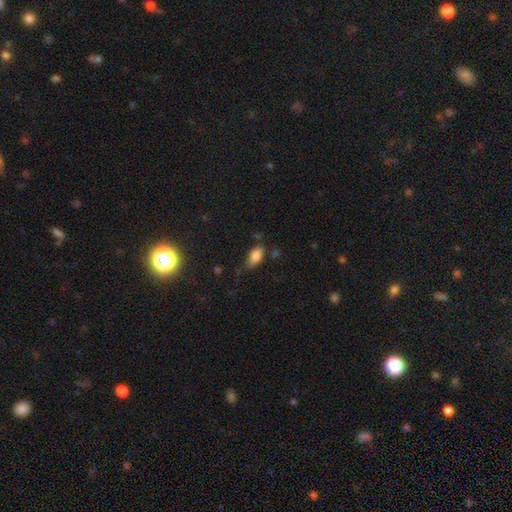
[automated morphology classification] A smooth galaxy with no disk features (81%) that is in between round and cigar-shaped (88%).

Vote fractions:
- Smooth or featured? smooth: 81% / featured or disk: 10% / star or artifact: 9%
- How rounded? in between: 88% / cigar-shaped: 8% / round: 4%
- Merging? none: 61% / minor disturbance: 28% / major disturbance: 7% / merger: 4%